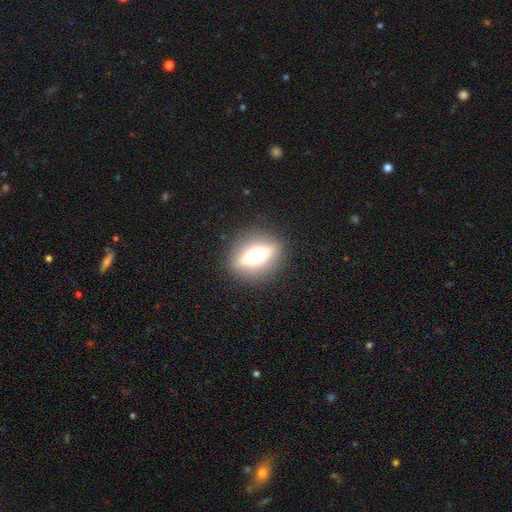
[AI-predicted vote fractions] Smooth or featured: featured or disk — 48% (smooth — 39%)
Merging: none — 86% (minor disturbance — 8%)